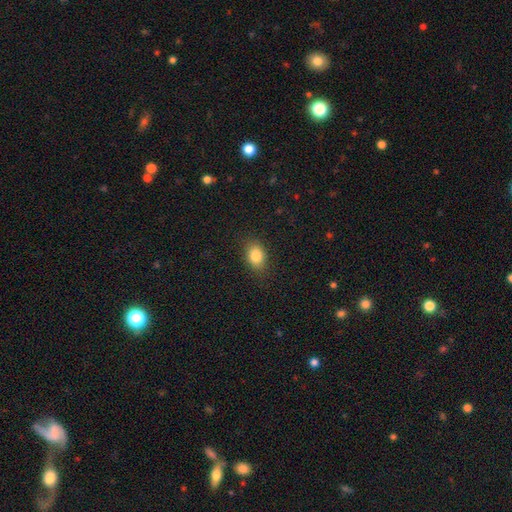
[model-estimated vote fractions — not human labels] smooth 84%, star or artifact 9%, featured or disk 7%. Down the decision tree: how rounded — in between (73%); merging — none (85%).